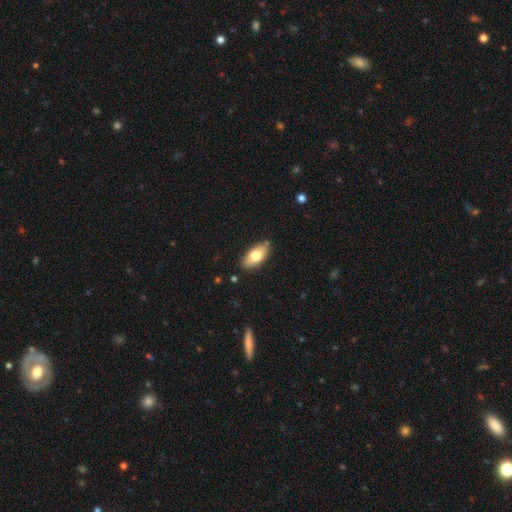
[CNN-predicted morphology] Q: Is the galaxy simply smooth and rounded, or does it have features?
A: smooth — 73%.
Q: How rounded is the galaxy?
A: in between — 91%.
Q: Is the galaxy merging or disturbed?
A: none — 83%.